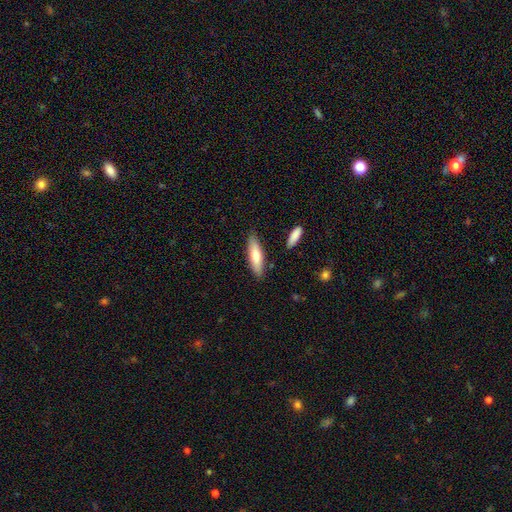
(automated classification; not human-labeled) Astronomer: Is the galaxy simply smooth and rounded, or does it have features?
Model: smooth — 71%.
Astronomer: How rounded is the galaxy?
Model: cigar-shaped — 63%.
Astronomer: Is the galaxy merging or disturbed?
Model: none — 84%.